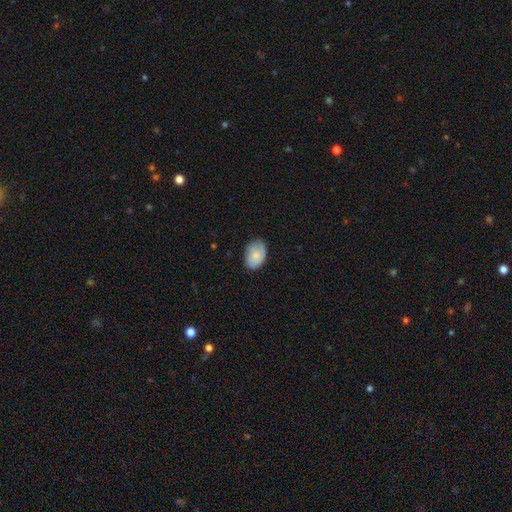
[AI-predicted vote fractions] The model was most divided on "merging": none: 72%, minor disturbance: 23%, major disturbance: 4%, merger: 1%. More confident: how rounded — in between (85%); smooth or featured — smooth (72%).